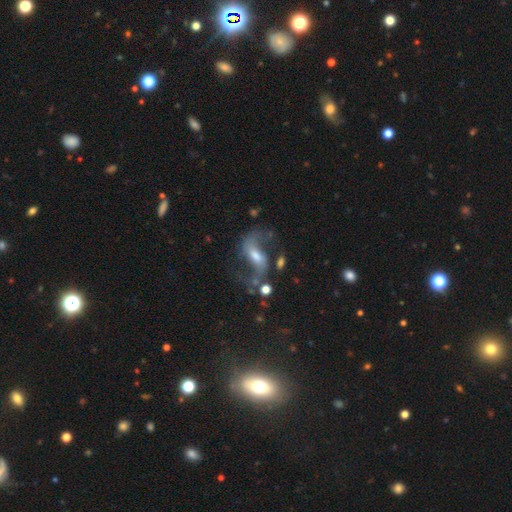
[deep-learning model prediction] This appears to be a featured or disk galaxy (79%) with a weak bar (45%), 2 (90%) loose (69%) spiral arms (92%) and a moderate central bulge (52%). Merging: none (56%).